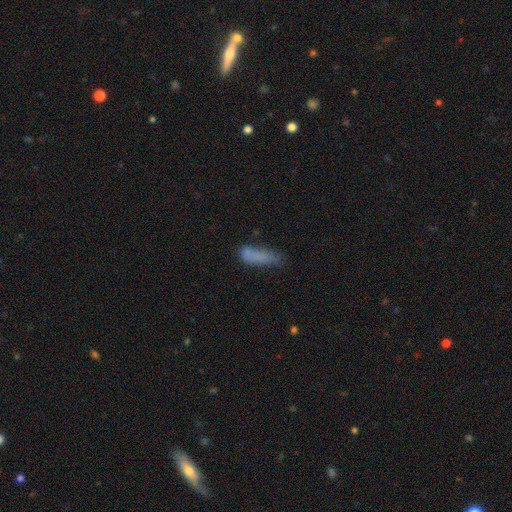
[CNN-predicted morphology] Smooth or featured?
  - smooth: 74% *
  - featured or disk: 15%
  - star or artifact: 11%
How rounded?
  - cigar-shaped: 61% *
  - in between: 37%
  - round: 2%
Merging?
  - none: 51% *
  - minor disturbance: 27%
  - major disturbance: 14%
  - merger: 9%